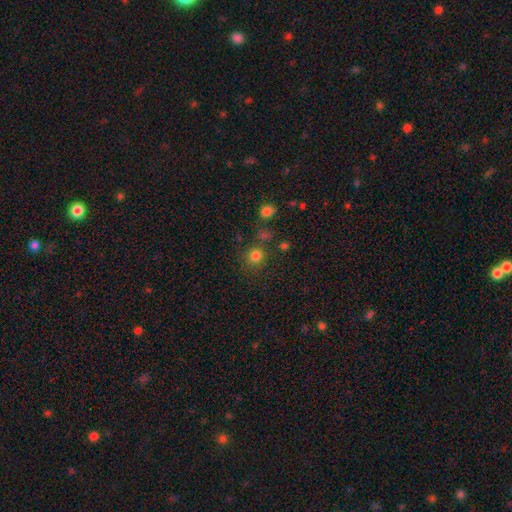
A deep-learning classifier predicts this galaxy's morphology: Smooth or featured: smooth — 79% (star or artifact — 15%)
How rounded: round — 88% (in between — 12%)
Merging: none — 77% (minor disturbance — 10%)